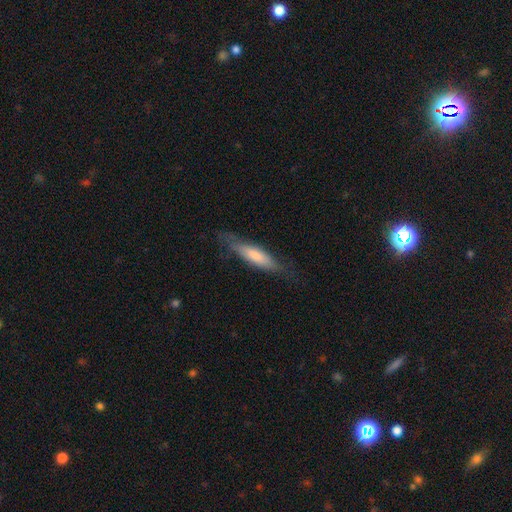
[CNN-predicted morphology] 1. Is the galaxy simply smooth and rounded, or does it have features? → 65% smooth, 29% featured or disk, 6% star or artifact.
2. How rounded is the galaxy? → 72% cigar-shaped, 27% in between, 2% round.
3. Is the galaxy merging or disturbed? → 67% none, 24% minor disturbance, 8% major disturbance, 1% merger.